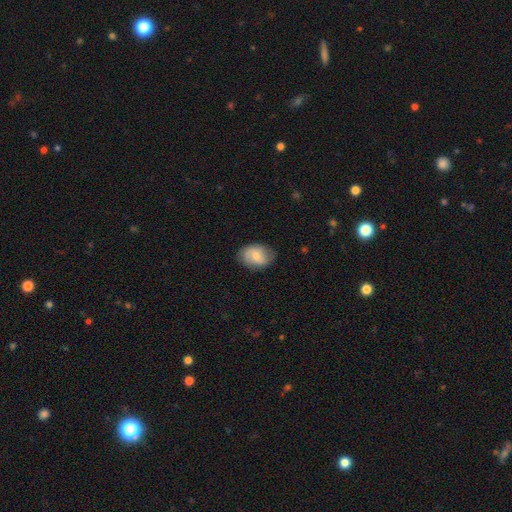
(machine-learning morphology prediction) Smooth or featured: smooth — 62% (featured or disk — 31%)
How rounded: in between — 72% (round — 27%)
Merging: none — 74% (minor disturbance — 20%)